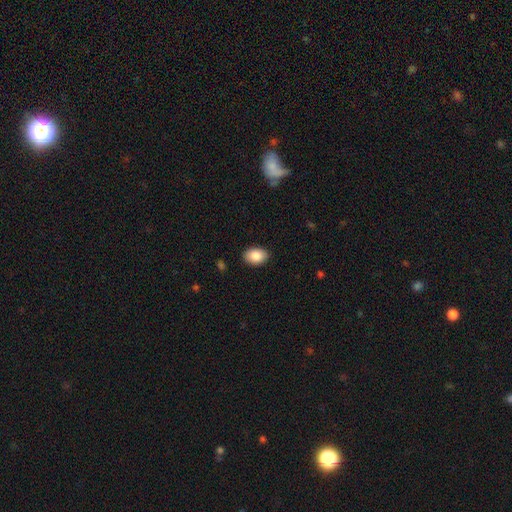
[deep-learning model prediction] A smooth galaxy with no disk features (88%) that is in between round and cigar-shaped (86%). Merging: none (88%).